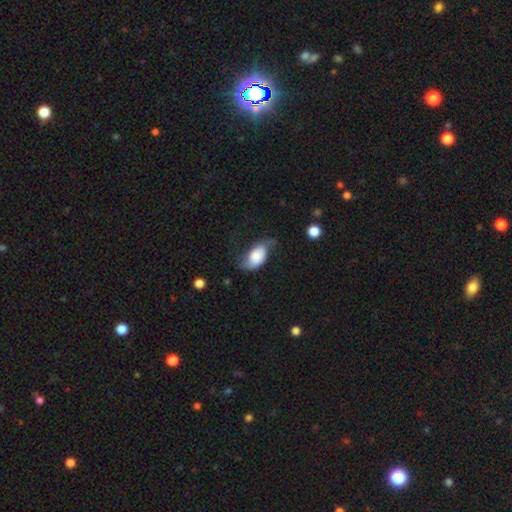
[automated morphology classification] smooth-or-featured: smooth: 60% | featured or disk: 32% | star or artifact: 7%
  how-rounded: in between: 91% | round: 6% | cigar-shaped: 3%
  merging: none: 43% | minor disturbance: 34% | major disturbance: 21% | merger: 2%